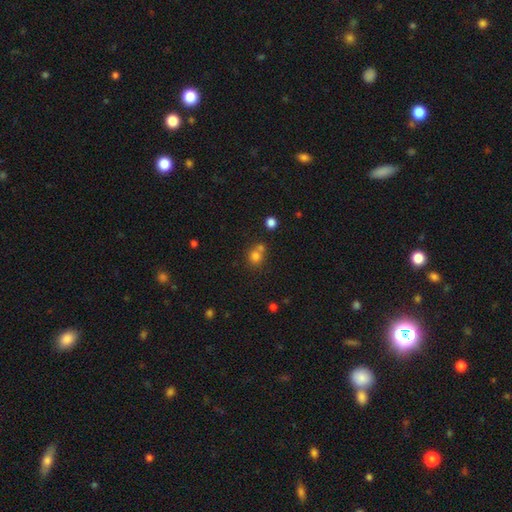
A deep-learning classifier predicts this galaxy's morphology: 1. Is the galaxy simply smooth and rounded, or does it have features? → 75% smooth, 15% star or artifact, 9% featured or disk.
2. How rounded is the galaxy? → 82% round, 17% in between, 1% cigar-shaped.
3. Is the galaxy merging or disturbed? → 49% none, 39% merger, 9% minor disturbance, 4% major disturbance.